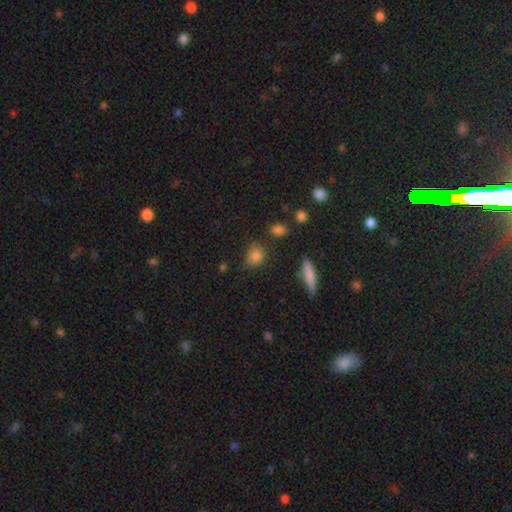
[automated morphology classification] This appears to be a smooth galaxy with no disk features (81%) that is in between round and cigar-shaped (51%). Merging: none (71%).